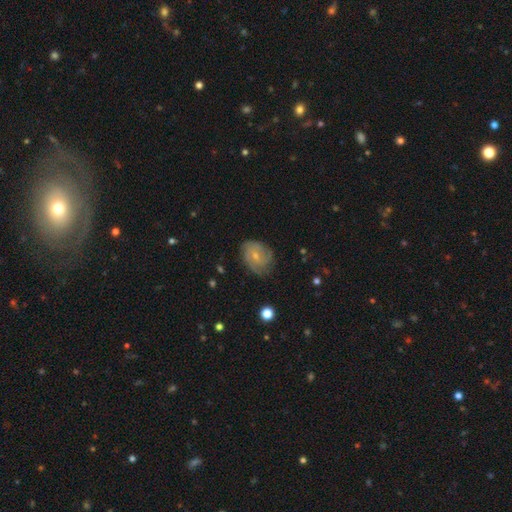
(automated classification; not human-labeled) The model was most divided on "spiral arm count": can't tell: 37%, 2: 29%, 3: 18%, 4: 6%, 1: 5%, more than 4: 4%. More confident: edge-on disk — no (97%); spiral arms — yes (89%); smooth or featured — featured or disk (68%); merging — none (68%); bulge size — small (66%); bar — no (61%); spiral winding — tight (57%).